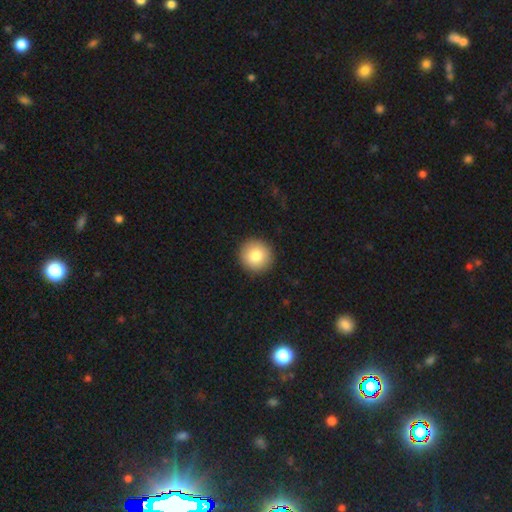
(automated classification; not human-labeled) Morphology: type=smooth (84%); roundness=round (94%); merging=none (93%).